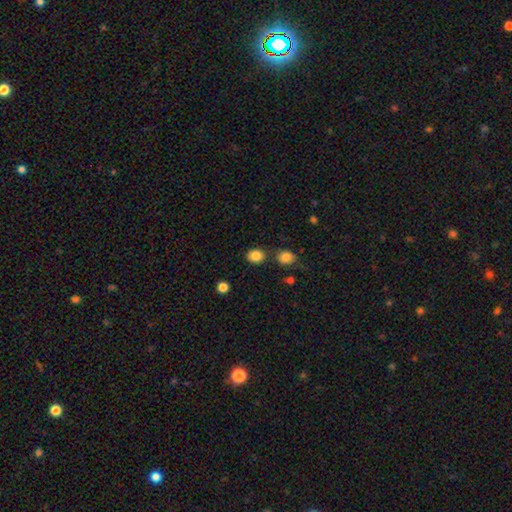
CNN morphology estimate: smooth 86%, star or artifact 10%, featured or disk 5%. Down the decision tree: how rounded — round (53%); merging — none (77%).